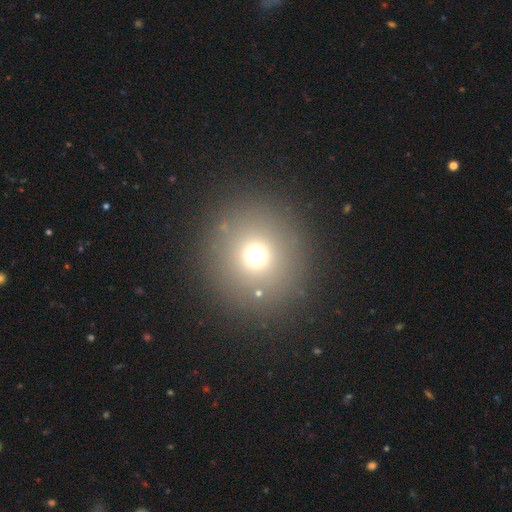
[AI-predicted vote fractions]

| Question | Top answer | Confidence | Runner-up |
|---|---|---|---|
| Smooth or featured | smooth | 68% | star or artifact (21%) |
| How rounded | round | 93% | in between (6%) |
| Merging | none | 87% | minor disturbance (6%) |